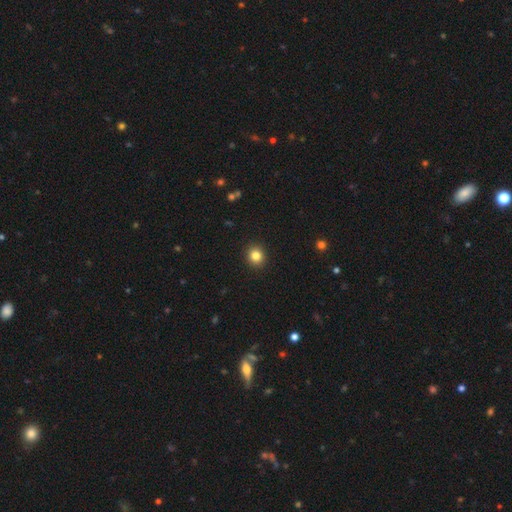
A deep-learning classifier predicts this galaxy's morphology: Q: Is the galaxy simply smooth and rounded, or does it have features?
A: smooth — 83%.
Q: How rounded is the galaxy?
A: round — 87%.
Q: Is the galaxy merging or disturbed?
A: none — 92%.